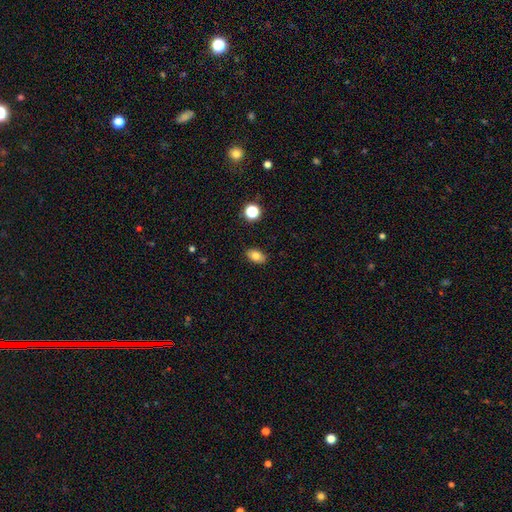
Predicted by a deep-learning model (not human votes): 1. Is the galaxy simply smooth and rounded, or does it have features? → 79% smooth, 12% featured or disk, 10% star or artifact.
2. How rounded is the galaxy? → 88% in between, 10% round, 2% cigar-shaped.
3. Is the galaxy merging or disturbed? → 87% none, 9% minor disturbance, 2% major disturbance, 1% merger.